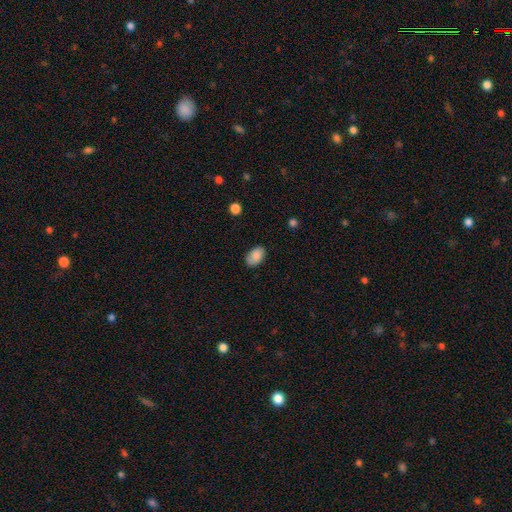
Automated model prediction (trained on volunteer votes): The model was most divided on "merging": none: 80%, minor disturbance: 16%, major disturbance: 3%, merger: 1%. More confident: how rounded — in between (90%); smooth or featured — smooth (86%).